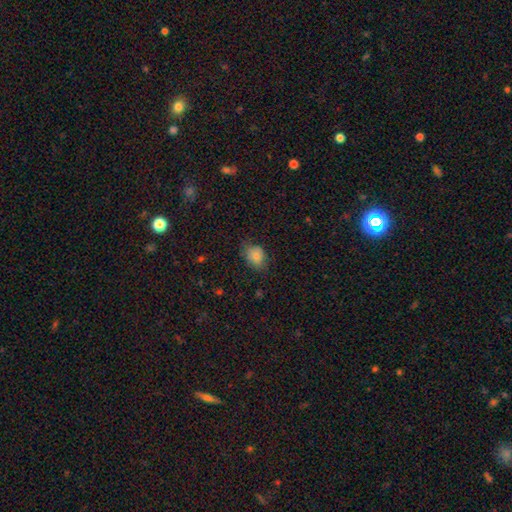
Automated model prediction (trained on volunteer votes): This is clearly a smooth galaxy (83%). How rounded: likely in between (60%). Merging: likely none (68%).